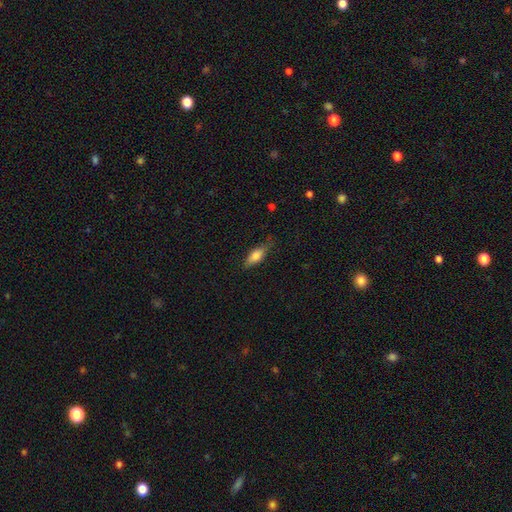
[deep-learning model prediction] Morphology: type=smooth (75%); roundness=in between (71%); merging=none (69%).